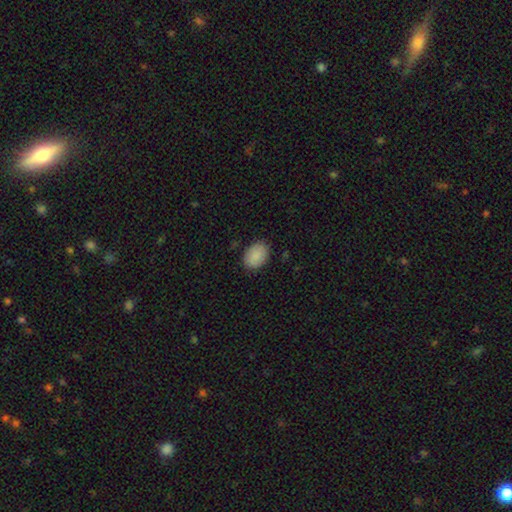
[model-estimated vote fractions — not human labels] A smooth galaxy with no disk features (89%) that is in between round and cigar-shaped (78%). Merging: none (86%).